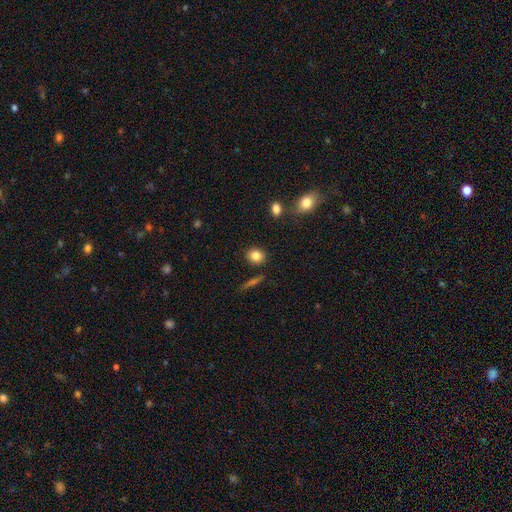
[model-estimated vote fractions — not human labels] Smooth or featured: smooth — 84% (star or artifact — 9%)
How rounded: round — 61% (in between — 37%)
Merging: none — 84% (minor disturbance — 9%)